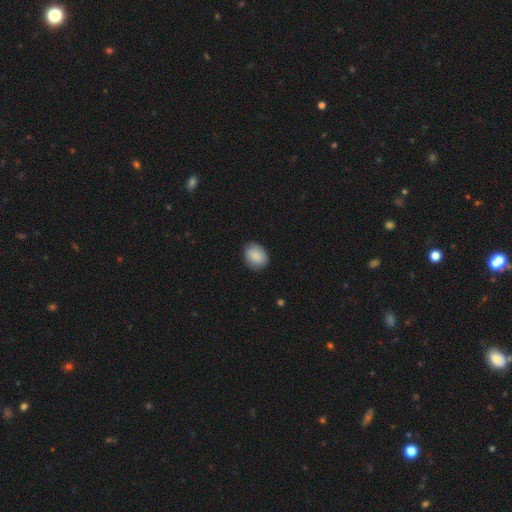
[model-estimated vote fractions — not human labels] Overall: smooth (87%). How rounded: in between (52%; round 47%). Merging: none (84%).